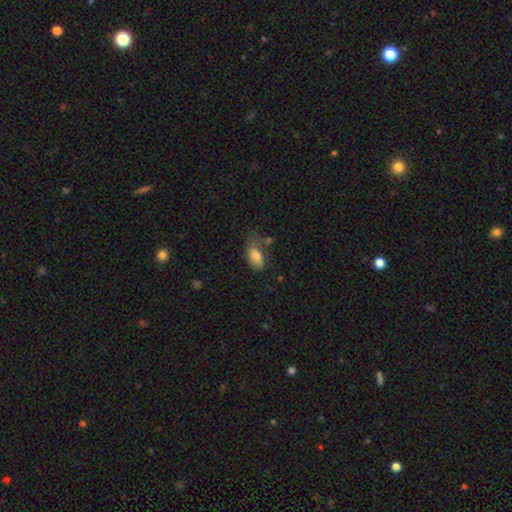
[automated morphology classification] Q: Smooth or featured?
A: smooth (74%); runner-up: featured or disk (18%)
Q: How rounded?
A: in between (91%); runner-up: round (5%)
Q: Merging?
A: none (38%); runner-up: minor disturbance (32%)